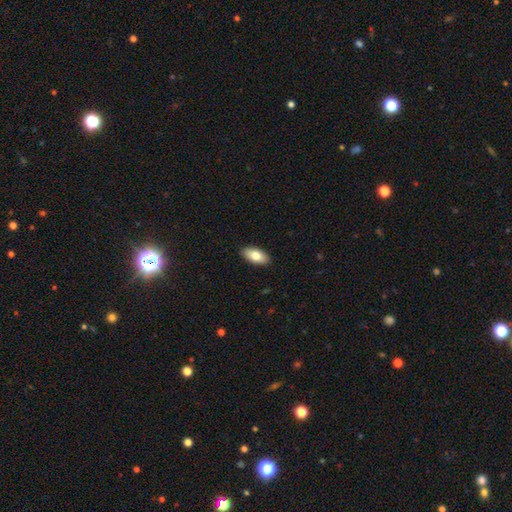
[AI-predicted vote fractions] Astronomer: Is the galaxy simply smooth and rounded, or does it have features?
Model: smooth — 78%.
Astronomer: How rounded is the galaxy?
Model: in between — 91%.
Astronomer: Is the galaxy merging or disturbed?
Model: none — 90%.